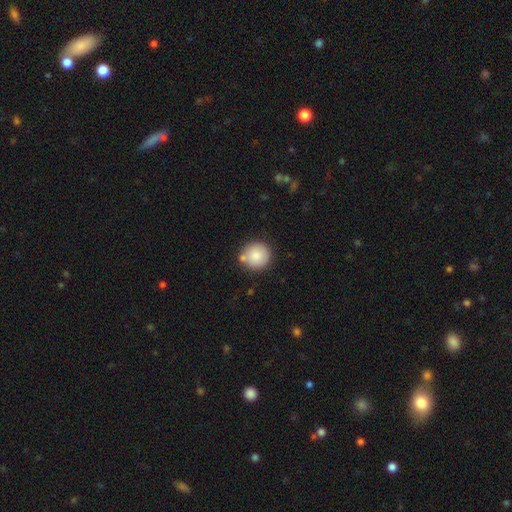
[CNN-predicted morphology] smooth-or-featured: smooth: 84% | featured or disk: 8% | star or artifact: 8%
  how-rounded: round: 93% | in between: 6% | cigar-shaped: 1%
  merging: none: 76% | merger: 11% | minor disturbance: 11% | major disturbance: 3%